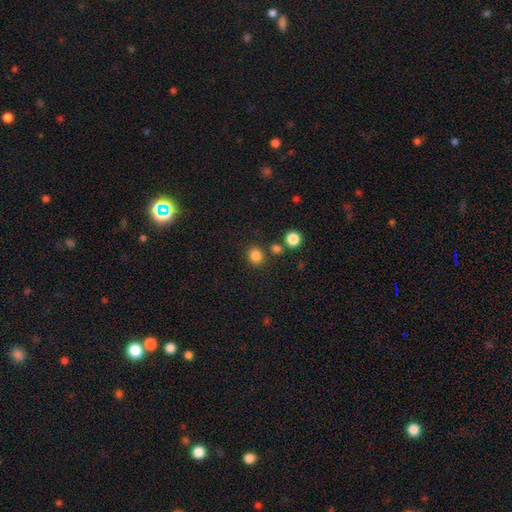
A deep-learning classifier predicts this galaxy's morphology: This appears to be a smooth galaxy with no disk features (84%) that is round (83%). Merging: none (83%).